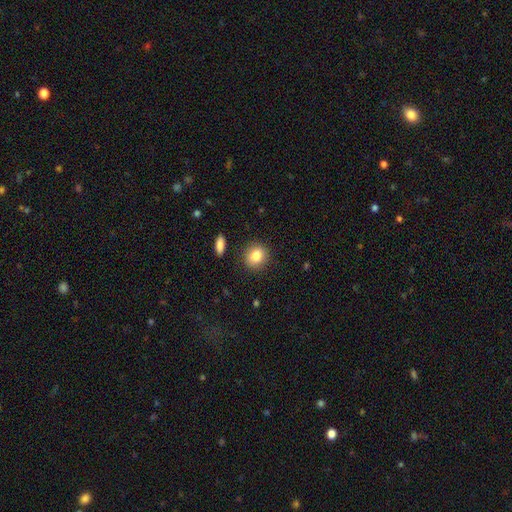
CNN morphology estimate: type=smooth (82%); roundness=round (77%); merging=none (89%).